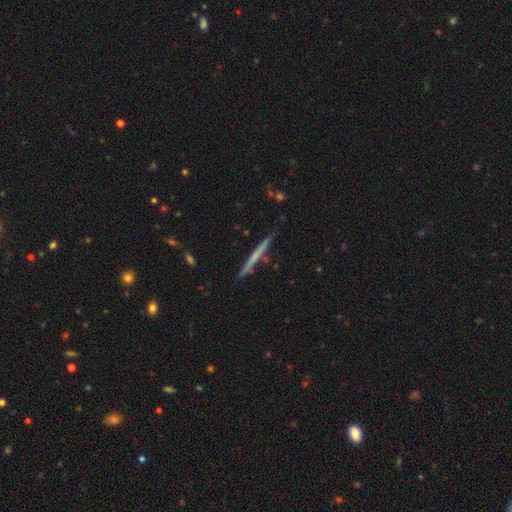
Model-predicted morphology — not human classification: Smooth or featured? Predicted: featured or disk (p=0.50). Edge-on disk? Predicted: yes (p=0.97). Merging? Predicted: none (p=0.87).